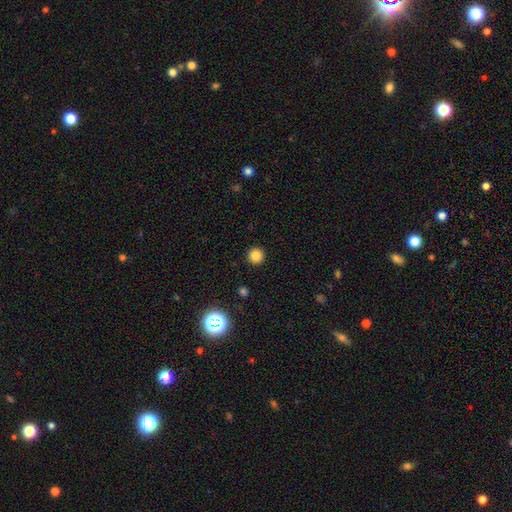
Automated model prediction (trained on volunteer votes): Smooth or featured: smooth — 85% (star or artifact — 12%)
How rounded: round — 96% (in between — 3%)
Merging: none — 93% (minor disturbance — 4%)